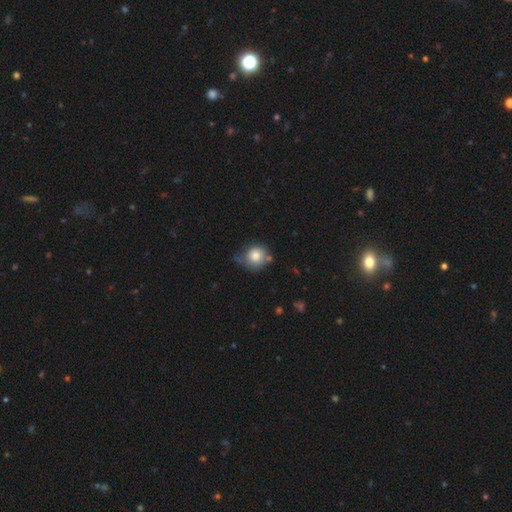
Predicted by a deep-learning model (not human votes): This appears to be a smooth galaxy with no disk features (81%) that is round (84%). Merging: none (49%).